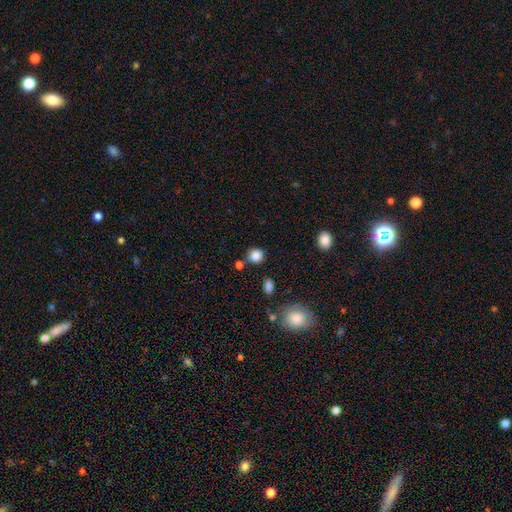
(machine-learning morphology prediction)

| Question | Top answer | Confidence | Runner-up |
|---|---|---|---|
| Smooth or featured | smooth | 85% | star or artifact (11%) |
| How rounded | round | 85% | in between (14%) |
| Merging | none | 78% | minor disturbance (12%) |